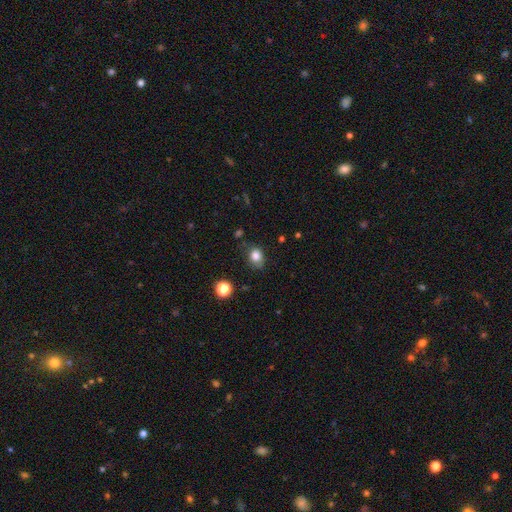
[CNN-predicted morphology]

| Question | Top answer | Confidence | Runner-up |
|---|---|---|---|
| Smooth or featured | smooth | 82% | star or artifact (12%) |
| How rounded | round | 56% | in between (43%) |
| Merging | none | 70% | minor disturbance (22%) |